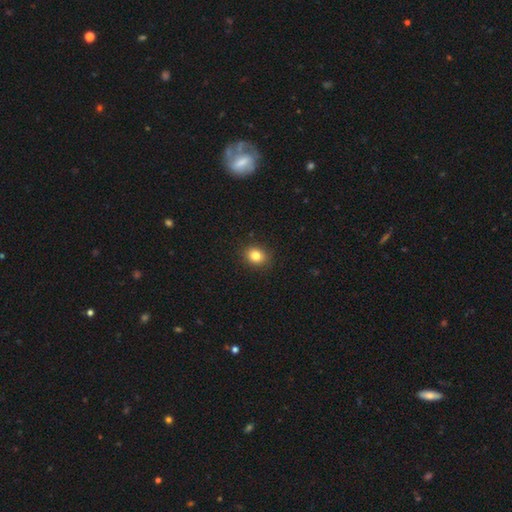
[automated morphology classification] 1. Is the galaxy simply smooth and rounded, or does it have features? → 83% smooth, 11% star or artifact, 6% featured or disk.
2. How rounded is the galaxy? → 62% round, 37% in between, 1% cigar-shaped.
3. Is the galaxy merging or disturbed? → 89% none, 8% minor disturbance, 2% major disturbance, 1% merger.